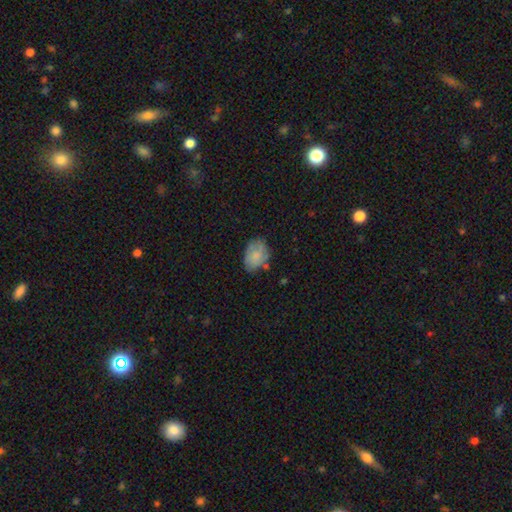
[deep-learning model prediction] smooth-or-featured: smooth: 70% | featured or disk: 22% | star or artifact: 7%
  how-rounded: in between: 78% | round: 20% | cigar-shaped: 1%
  merging: none: 64% | minor disturbance: 26% | major disturbance: 6% | merger: 3%